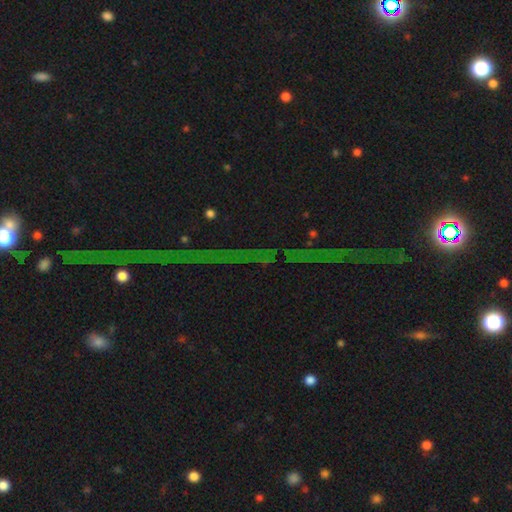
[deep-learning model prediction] Smooth or featured: star or artifact — 80% (featured or disk — 11%)